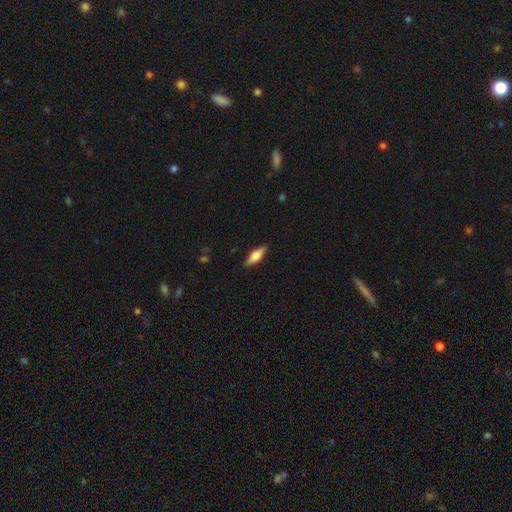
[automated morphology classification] Overall: smooth (53%; featured or disk 41%). How rounded: cigar-shaped (49%, tied with in between). Merging: none (89%).